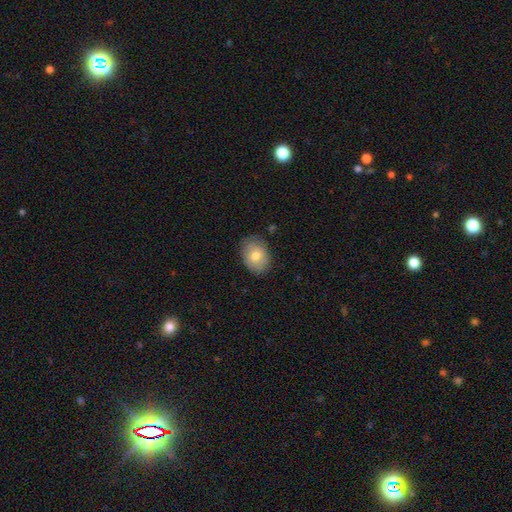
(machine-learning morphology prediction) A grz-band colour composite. It shows a smooth galaxy with no disk features (75%) that is in between round and cigar-shaped (73%). Merging: none (79%).